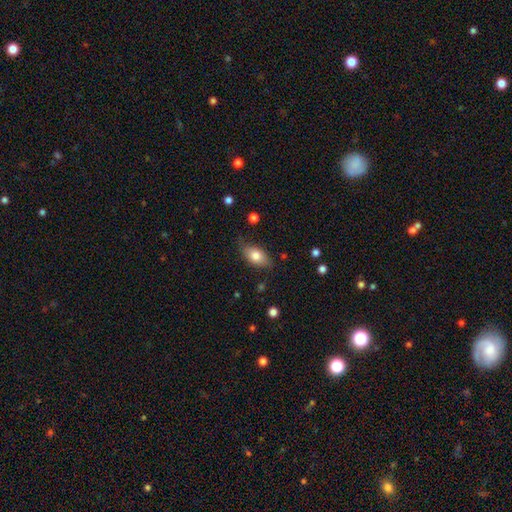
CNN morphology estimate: Smooth or featured?
  - smooth: 77% *
  - featured or disk: 16%
  - star or artifact: 7%
How rounded?
  - in between: 88% *
  - round: 7%
  - cigar-shaped: 4%
Merging?
  - none: 74% *
  - minor disturbance: 20%
  - major disturbance: 4%
  - merger: 2%